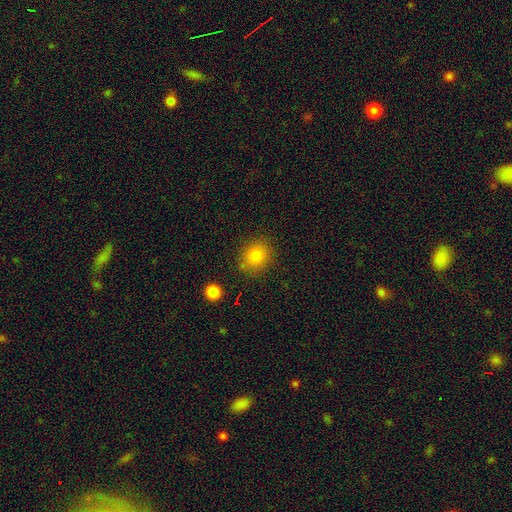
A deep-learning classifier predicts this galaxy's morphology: Smooth or featured? smooth (81%)
How rounded? round (76%)
Merging? none (83%)